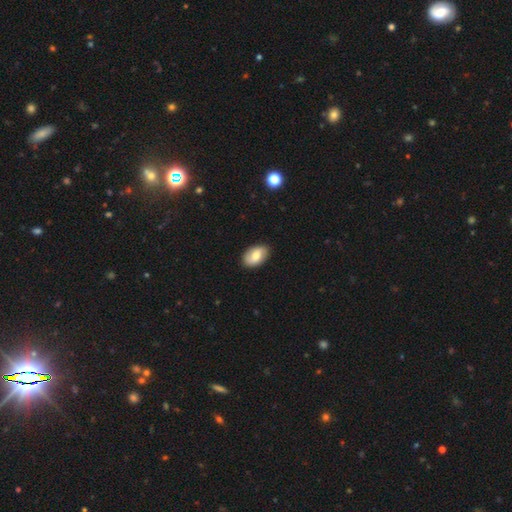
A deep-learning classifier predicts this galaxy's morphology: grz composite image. It shows a smooth galaxy with no disk features (64%) that is in between round and cigar-shaped (91%). Merging: none (87%).